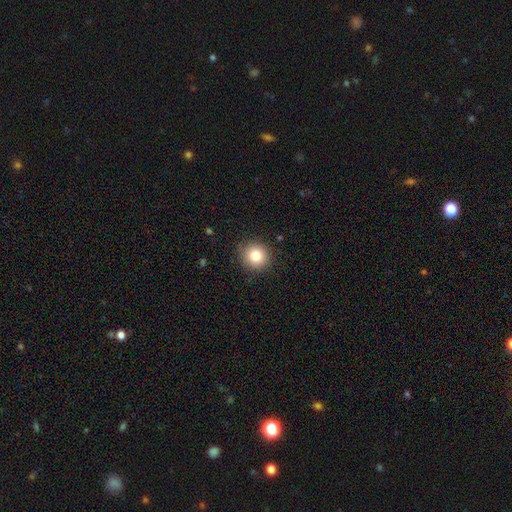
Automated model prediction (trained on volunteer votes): smooth_or_featured: smooth (p=0.81) [alt: star or artifact p=0.11]
how_rounded: round (p=0.91) [alt: in between p=0.08]
merging: none (p=0.89) [alt: minor disturbance p=0.08]